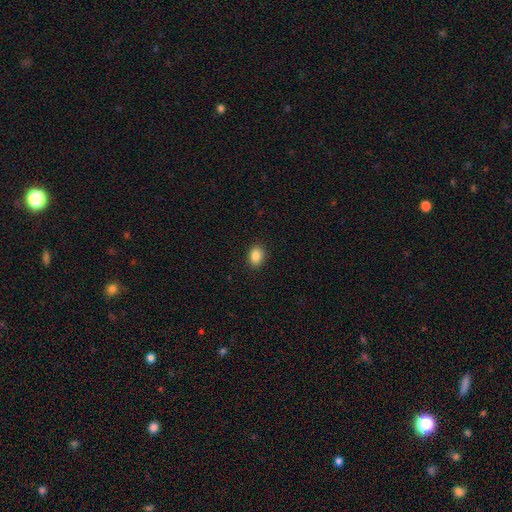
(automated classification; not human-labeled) Smooth or featured: smooth — 87% (star or artifact — 9%)
How rounded: in between — 72% (round — 26%)
Merging: none — 90% (minor disturbance — 8%)